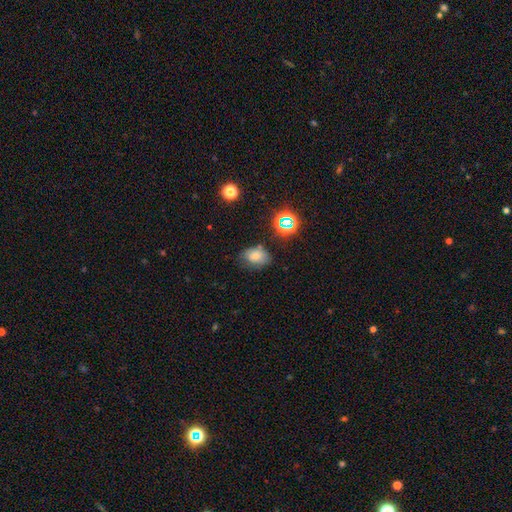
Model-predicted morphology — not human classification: The model was most divided on "merging": none: 65%, minor disturbance: 25%, major disturbance: 7%, merger: 4%. More confident: how rounded — in between (77%); smooth or featured — smooth (71%).